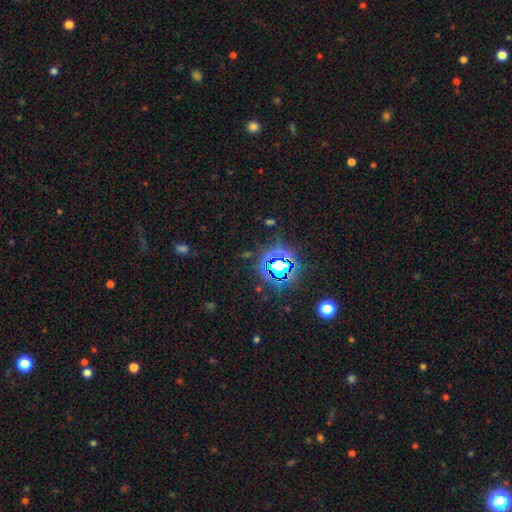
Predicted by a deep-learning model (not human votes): Smooth or featured? star or artifact (82%)